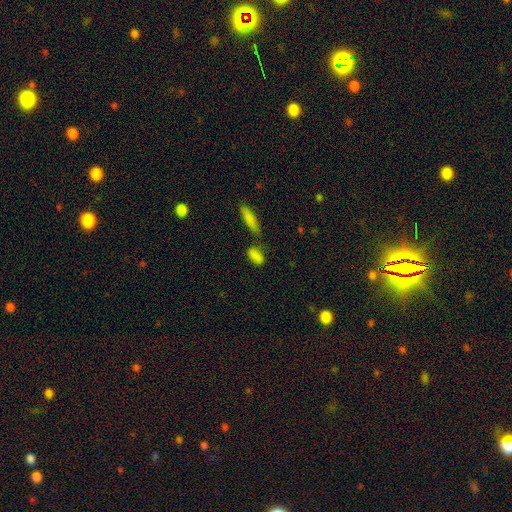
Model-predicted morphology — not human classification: Smooth or featured? Predicted: smooth (p=0.80). How rounded? Predicted: in between (p=0.76). Merging? Predicted: none (p=0.59).